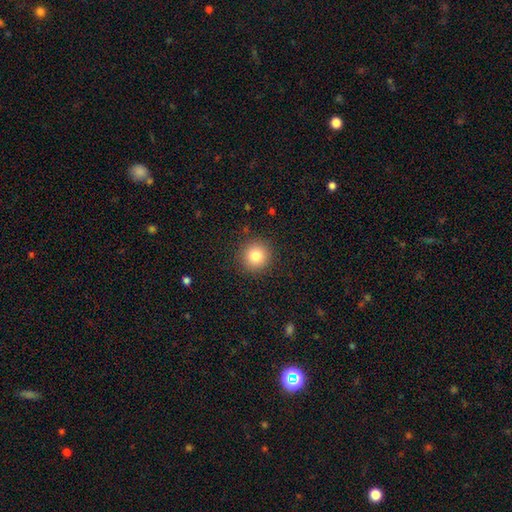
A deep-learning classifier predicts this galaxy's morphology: Smooth or featured? smooth (82%)
How rounded? round (94%)
Merging? none (90%)